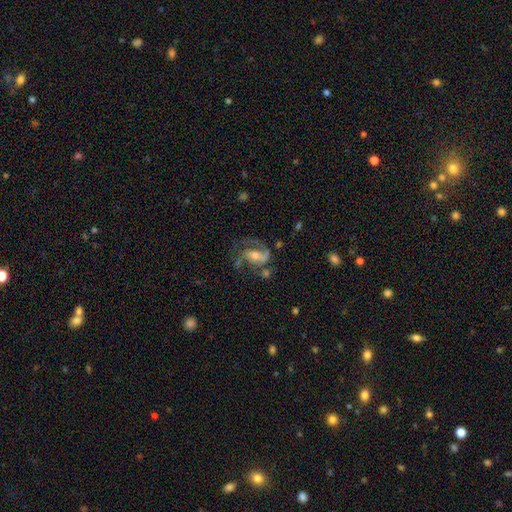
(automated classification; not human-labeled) A featured or disk galaxy (82%) with a weak bar (40%), 2 (64%) medium (51%) spiral arms (93%) and a moderate central bulge (56%). Merging: none (50%).